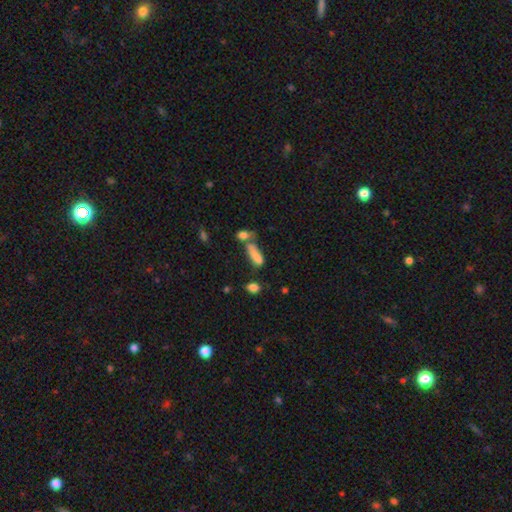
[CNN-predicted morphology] smooth 77%, featured or disk 12%, star or artifact 11%. Down the decision tree: how rounded — in between (61%); merging — merger (42%).